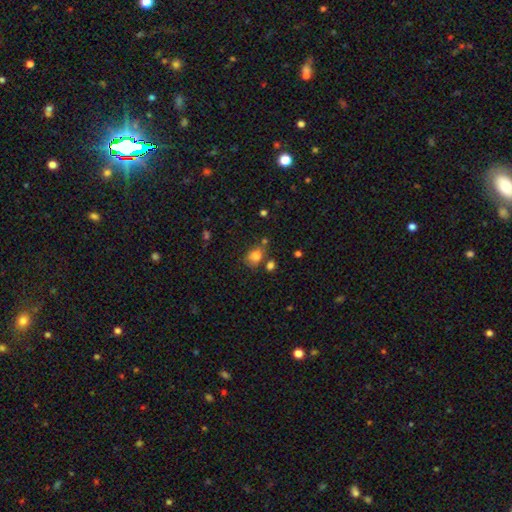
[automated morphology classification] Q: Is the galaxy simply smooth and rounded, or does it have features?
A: smooth — 79%.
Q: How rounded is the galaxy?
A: in between — 60%.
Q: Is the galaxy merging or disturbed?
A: none — 58%.